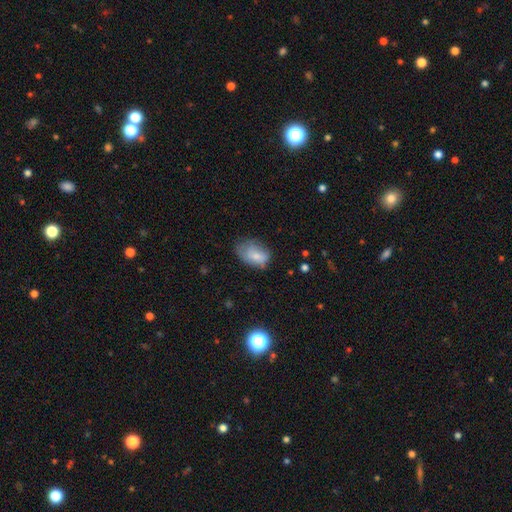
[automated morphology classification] A smooth galaxy with no disk features (74%) that is in between round and cigar-shaped (85%). Merging: none (45%).